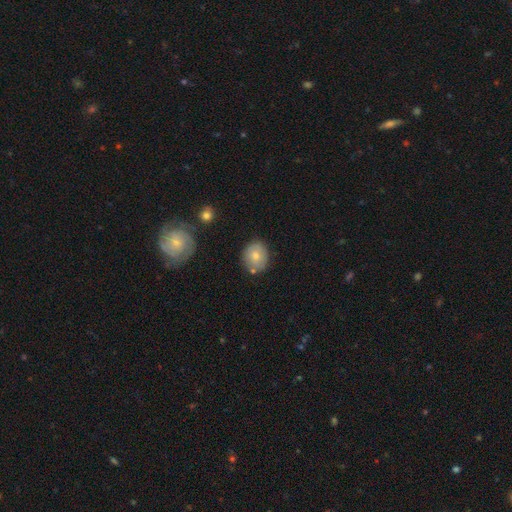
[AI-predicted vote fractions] smooth-or-featured: smooth: 73% | featured or disk: 19% | star or artifact: 8%
  how-rounded: round: 67% | in between: 32% | cigar-shaped: 1%
  merging: none: 75% | minor disturbance: 15% | merger: 7% | major disturbance: 3%